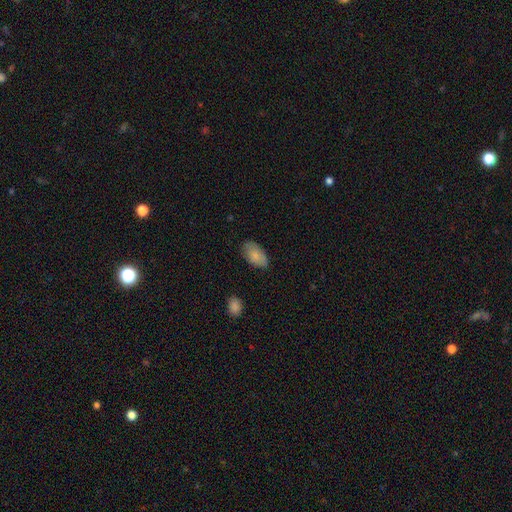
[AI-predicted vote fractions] Smooth or featured?
  - smooth: 84% *
  - featured or disk: 10%
  - star or artifact: 6%
How rounded?
  - in between: 94% *
  - round: 4%
  - cigar-shaped: 2%
Merging?
  - none: 77% *
  - minor disturbance: 18%
  - major disturbance: 4%
  - merger: 1%